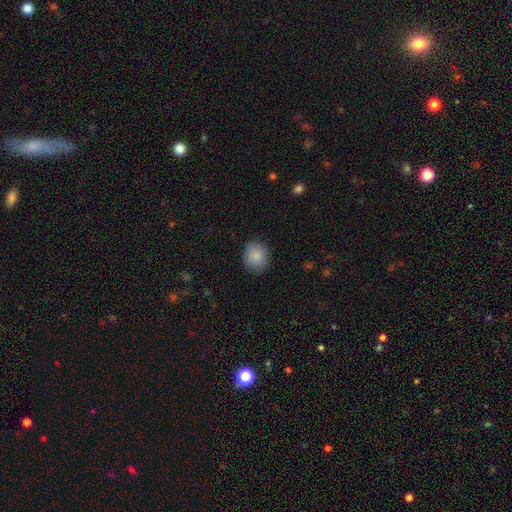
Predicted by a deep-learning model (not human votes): Q: Smooth or featured?
A: smooth (87%); runner-up: star or artifact (8%)
Q: How rounded?
A: round (73%); runner-up: in between (27%)
Q: Merging?
A: none (85%); runner-up: minor disturbance (11%)